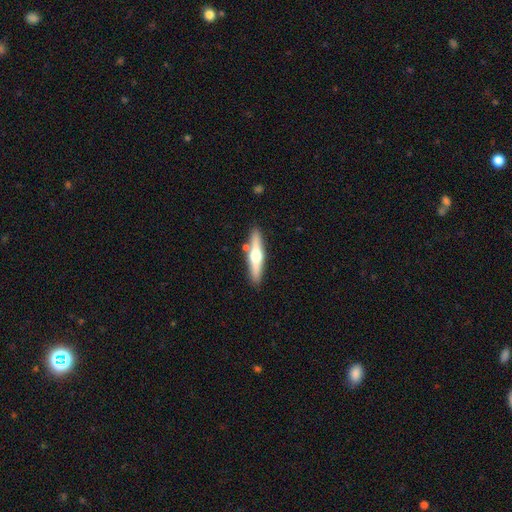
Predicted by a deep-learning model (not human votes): A featured or disk galaxy (57%) viewed edge-on (94%) with a rounded central bulge (95%). Merging: none (84%).